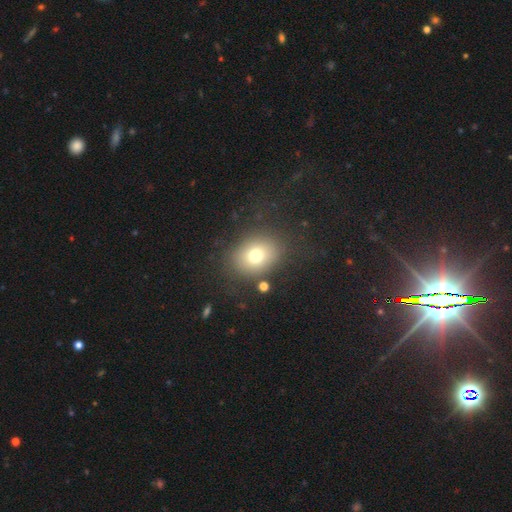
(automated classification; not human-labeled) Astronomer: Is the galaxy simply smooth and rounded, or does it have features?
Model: smooth — 73%.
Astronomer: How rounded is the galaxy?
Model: round — 51% (runner-up: in between, 48%).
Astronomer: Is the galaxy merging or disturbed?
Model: none — 78%.